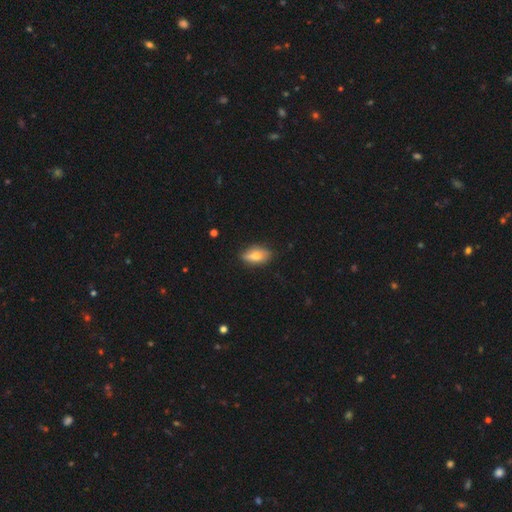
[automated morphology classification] Smooth or featured: smooth — 62% (featured or disk — 30%)
How rounded: in between — 84% (cigar-shaped — 10%)
Merging: none — 76% (minor disturbance — 19%)